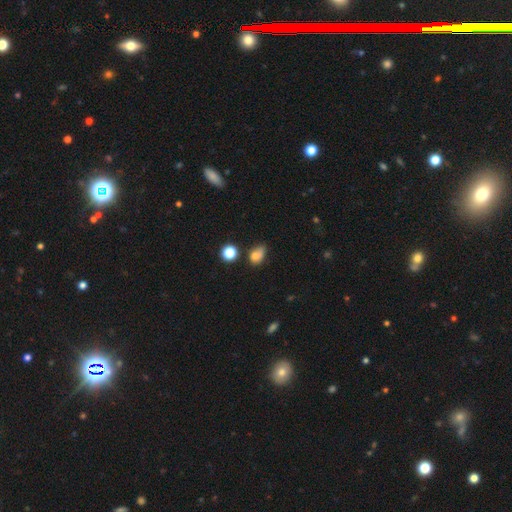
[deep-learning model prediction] A smooth galaxy with no disk features (76%) that is in between round and cigar-shaped (69%).

Vote fractions:
- Smooth or featured? smooth: 76% / star or artifact: 13% / featured or disk: 10%
- How rounded? in between: 69% / round: 29% / cigar-shaped: 2%
- Merging? none: 48% / minor disturbance: 34% / major disturbance: 11% / merger: 8%